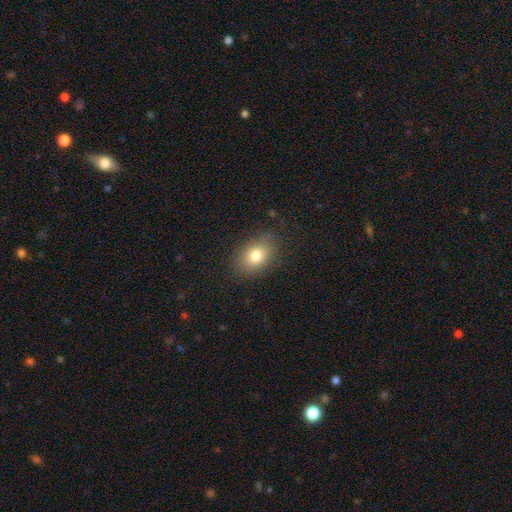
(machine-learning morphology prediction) smooth 79%, featured or disk 11%, star or artifact 10%. Down the decision tree: how rounded — in between (72%); merging — none (82%).